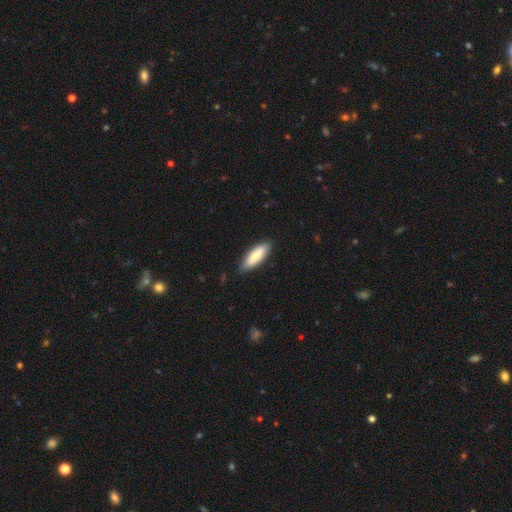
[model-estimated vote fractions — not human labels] Smooth or featured: smooth — 82% (featured or disk — 13%)
How rounded: in between — 55% (cigar-shaped — 44%)
Merging: none — 85% (minor disturbance — 12%)